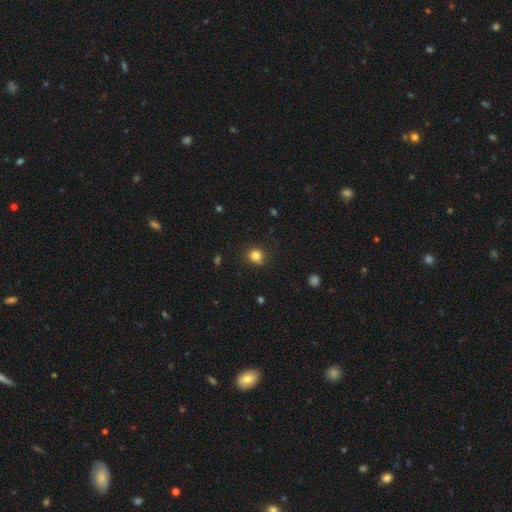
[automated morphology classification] smooth_or_featured: smooth (p=0.82) [alt: star or artifact p=0.12]
how_rounded: round (p=0.85) [alt: in between p=0.14]
merging: none (p=0.83) [alt: minor disturbance p=0.12]